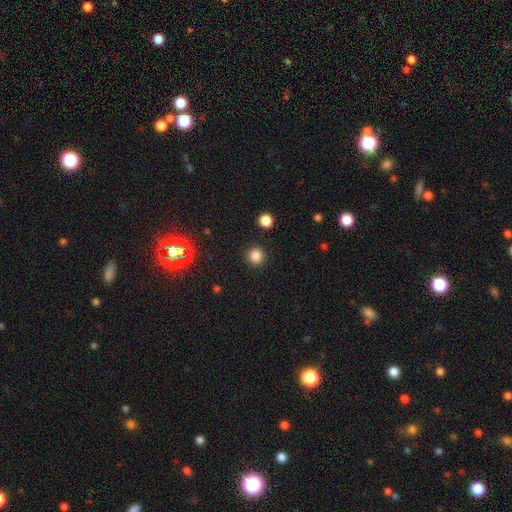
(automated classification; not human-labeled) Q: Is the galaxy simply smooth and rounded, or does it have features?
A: smooth — 83%.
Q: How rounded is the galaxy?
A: round — 94%.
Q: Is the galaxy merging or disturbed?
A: none — 91%.